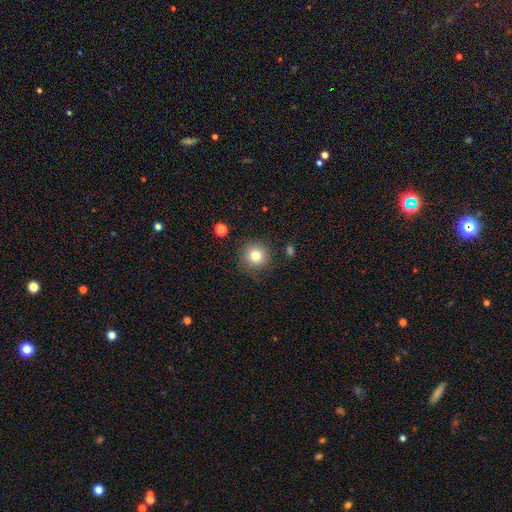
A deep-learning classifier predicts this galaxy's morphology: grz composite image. It shows a smooth galaxy with no disk features (79%) that is round (94%). Merging: none (84%).